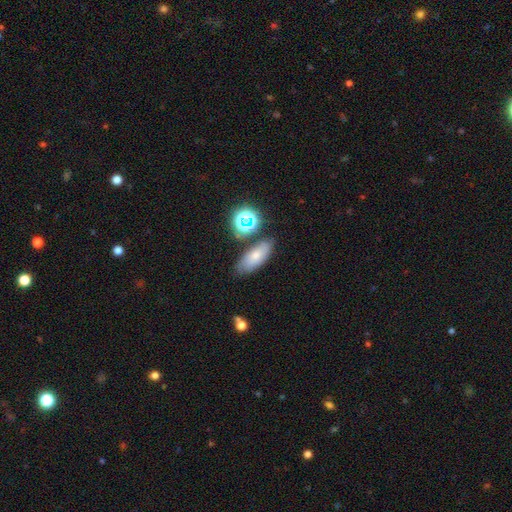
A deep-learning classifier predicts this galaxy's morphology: smooth-or-featured: smooth: 65% | featured or disk: 19% | star or artifact: 16%
  how-rounded: in between: 78% | cigar-shaped: 14% | round: 8%
  merging: none: 70% | minor disturbance: 17% | merger: 8% | major disturbance: 5%